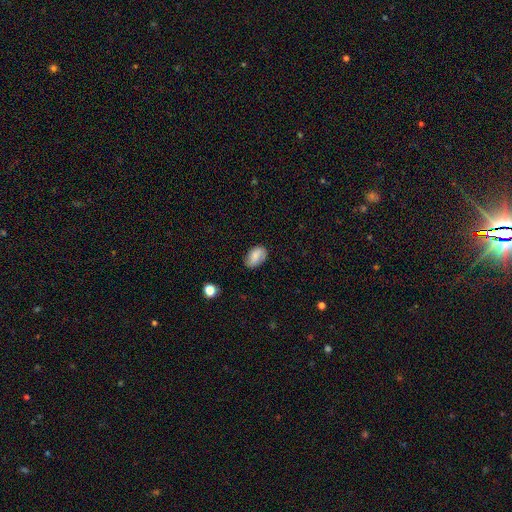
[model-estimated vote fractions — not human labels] Q: Smooth or featured?
A: smooth (77%); runner-up: featured or disk (14%)
Q: How rounded?
A: in between (90%); runner-up: round (9%)
Q: Merging?
A: none (76%); runner-up: minor disturbance (19%)